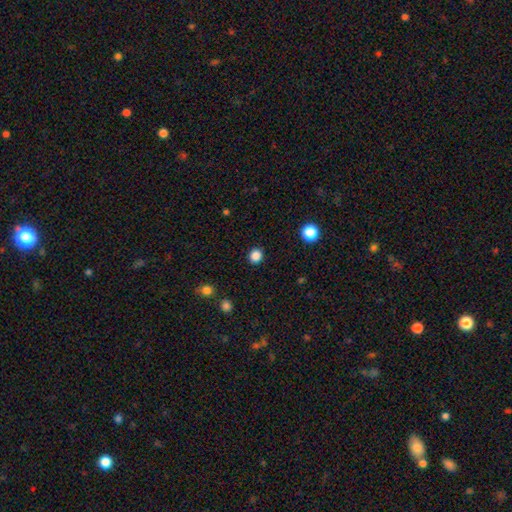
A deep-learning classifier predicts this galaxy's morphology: Q: Smooth or featured?
A: smooth (86%); runner-up: star or artifact (12%)
Q: How rounded?
A: round (84%); runner-up: in between (15%)
Q: Merging?
A: none (91%); runner-up: minor disturbance (6%)